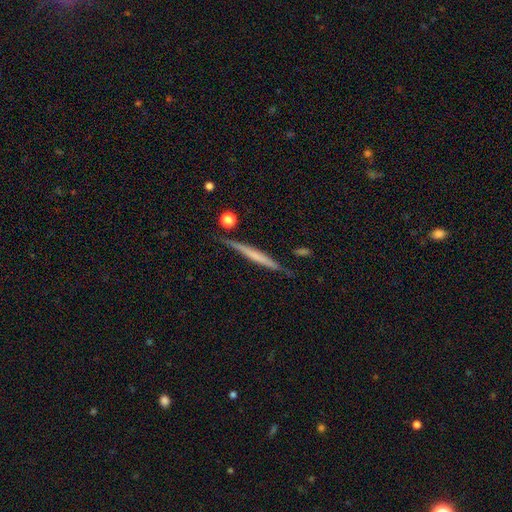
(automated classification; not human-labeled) Overall: featured or disk (56%; smooth 38%). Edge-on disk: yes (96%). Edge-on bulge: none (73%). Merging: none (81%).